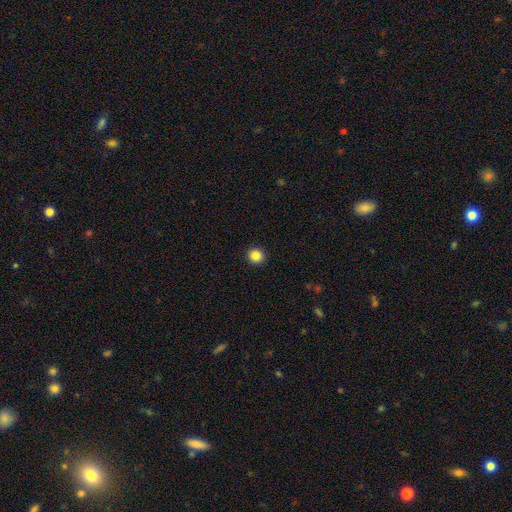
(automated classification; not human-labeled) smooth-or-featured: smooth: 85% | star or artifact: 11% | featured or disk: 4%
  how-rounded: round: 94% | in between: 5% | cigar-shaped: 1%
  merging: none: 93% | minor disturbance: 4% | major disturbance: 1% | merger: 1%